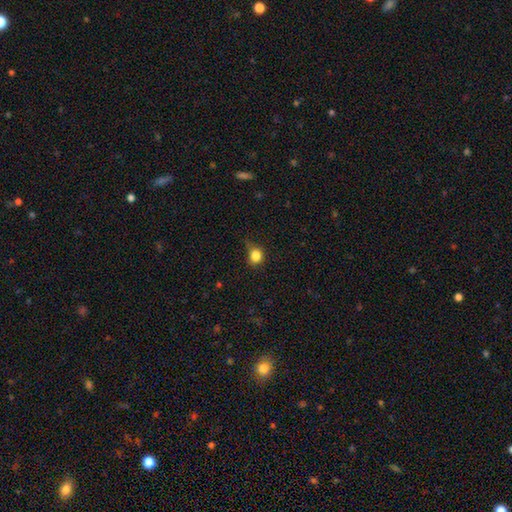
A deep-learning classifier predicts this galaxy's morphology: This appears to be a smooth galaxy with no disk features (83%) that is round (78%). Merging: none (65%).